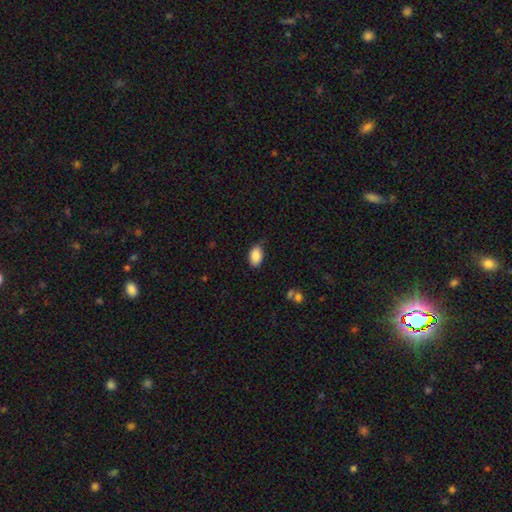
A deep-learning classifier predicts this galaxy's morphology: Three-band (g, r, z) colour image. It shows a smooth galaxy with no disk features (87%) that is in between round and cigar-shaped (91%). Merging: none (69%).